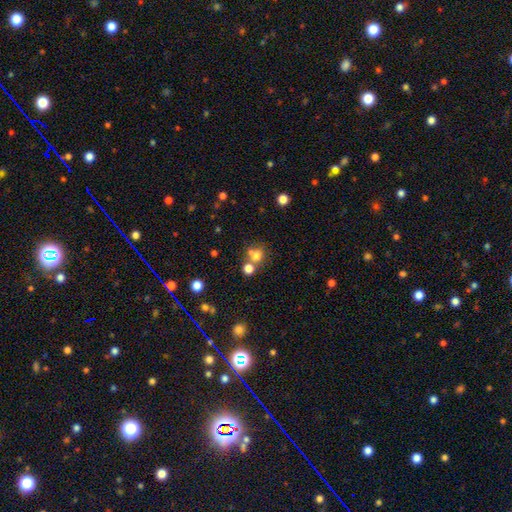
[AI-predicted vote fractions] smooth_or_featured: smooth (p=0.72) [alt: star or artifact p=0.18]
how_rounded: round (p=0.76) [alt: in between p=0.23]
merging: none (p=0.48) [alt: merger p=0.37]